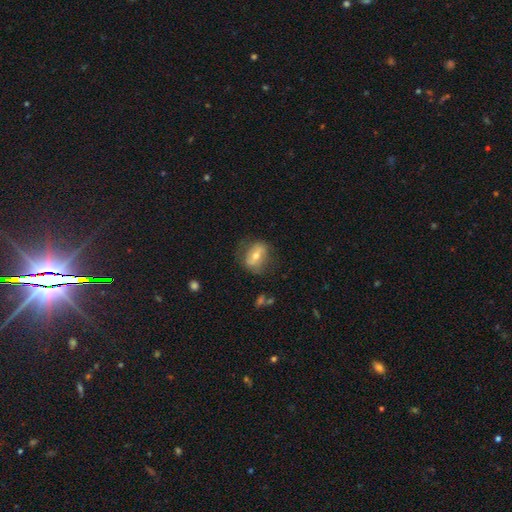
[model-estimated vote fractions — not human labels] Smooth or featured? smooth (46%, tied with featured or disk)
Merging? none (67%)